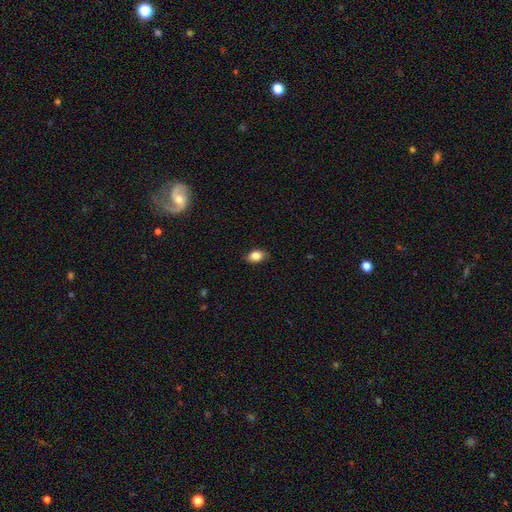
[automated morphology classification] Smooth or featured: smooth — 84% (star or artifact — 8%)
How rounded: in between — 81% (round — 18%)
Merging: none — 84% (minor disturbance — 13%)